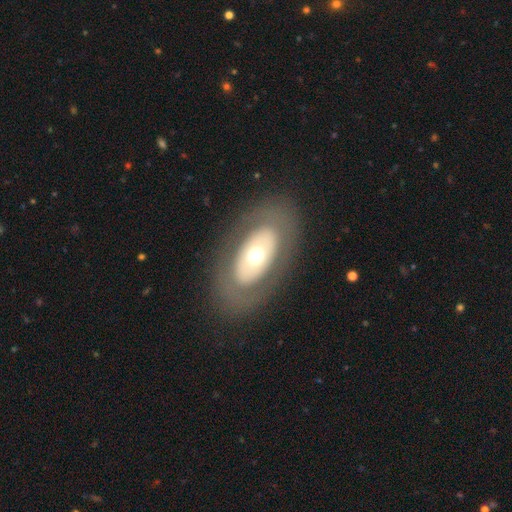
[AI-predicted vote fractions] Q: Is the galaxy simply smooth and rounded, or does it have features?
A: featured or disk — 50%.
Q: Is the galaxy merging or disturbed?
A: none — 82%.